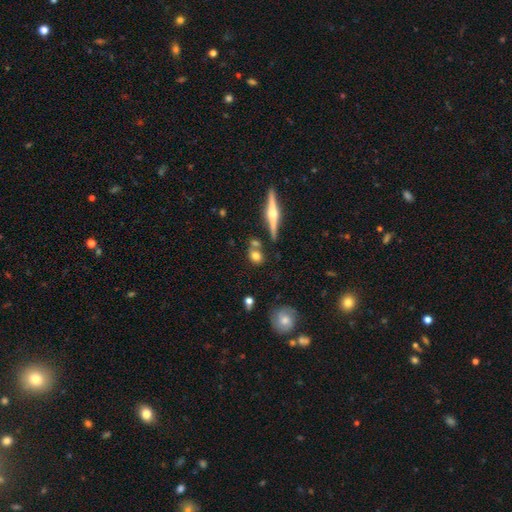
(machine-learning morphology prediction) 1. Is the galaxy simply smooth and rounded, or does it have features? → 68% smooth, 21% featured or disk, 11% star or artifact.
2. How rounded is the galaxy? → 63% round, 31% in between, 6% cigar-shaped.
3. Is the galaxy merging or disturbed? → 66% none, 18% merger, 12% minor disturbance, 4% major disturbance.